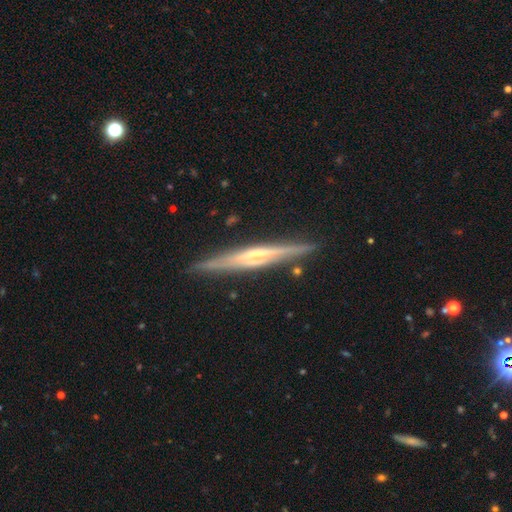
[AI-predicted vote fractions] Q: Smooth or featured?
A: featured or disk (76%); runner-up: smooth (18%)
Q: Edge-on disk?
A: yes (97%); runner-up: no (3%)
Q: Edge-on bulge?
A: none (43%); runner-up: rounded (35%)
Q: Merging?
A: none (87%); runner-up: minor disturbance (10%)